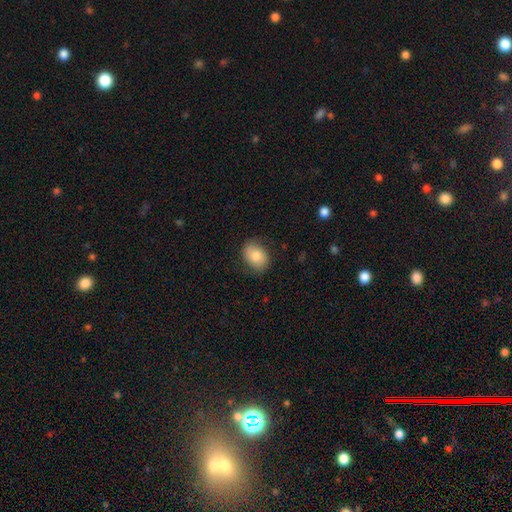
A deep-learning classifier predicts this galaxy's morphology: This is likely a smooth galaxy (79%). How rounded: likely in between (71%). Merging: likely none (78%).